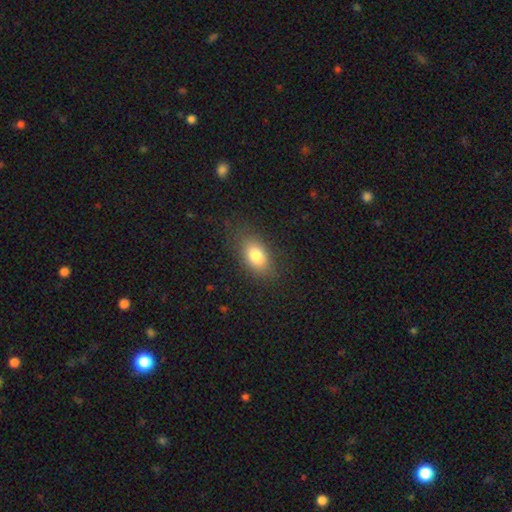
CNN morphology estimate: The model was most divided on "merging": none: 79%, minor disturbance: 15%, major disturbance: 5%, merger: 1%. More confident: how rounded — in between (86%); smooth or featured — smooth (80%).